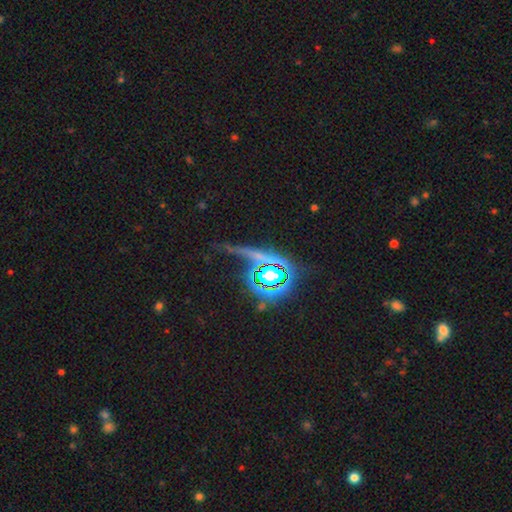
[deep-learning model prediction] smooth-or-featured: star or artifact: 60% | featured or disk: 22% | smooth: 18%